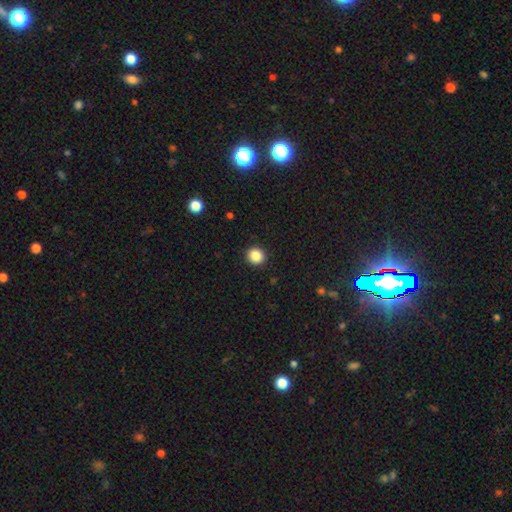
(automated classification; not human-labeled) Smooth or featured? smooth (86%)
How rounded? round (88%)
Merging? none (92%)